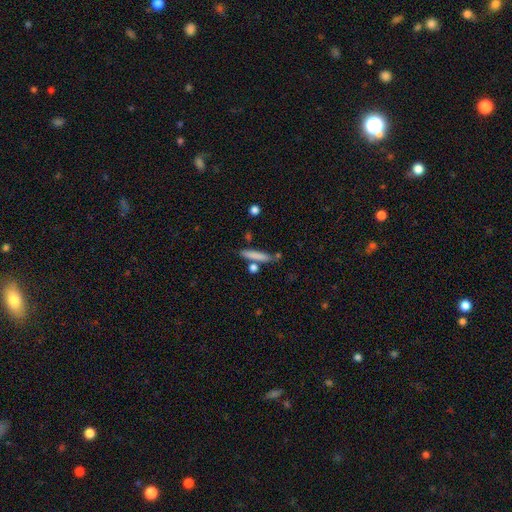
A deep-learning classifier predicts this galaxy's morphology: This appears to be a smooth galaxy with no disk features (78%) that is cigar-shaped (89%). Merging: none (75%).